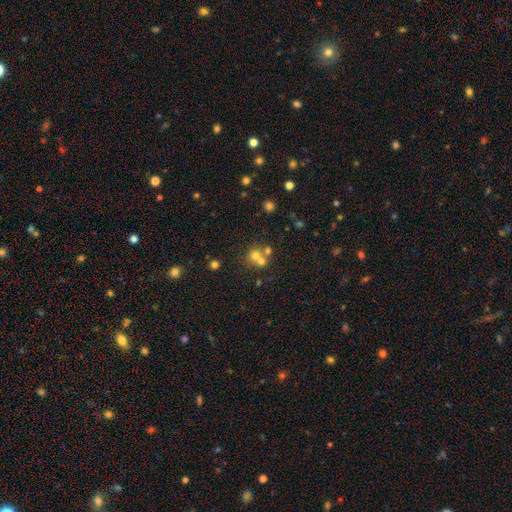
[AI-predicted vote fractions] The model was most divided on "merging": merger: 47%, none: 44%, minor disturbance: 6%, major disturbance: 3%. More confident: how rounded — round (86%); smooth or featured — smooth (62%).